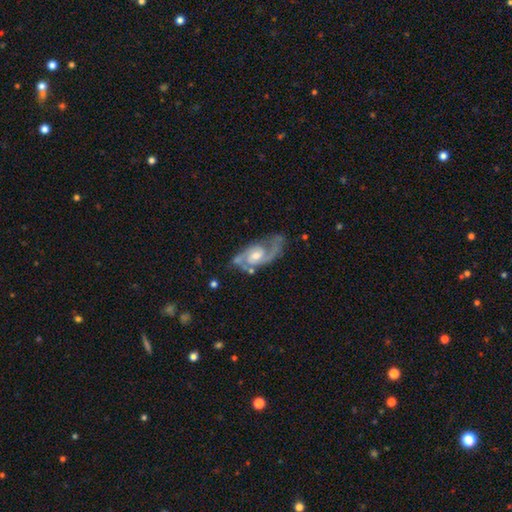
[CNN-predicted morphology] This is clearly a featured or disk galaxy (87%). It is clearly not viewed edge-on (95%). Bar: possibly no (52%). Spiral arm pattern: clearly yes (96%). Spiral arm count: clearly 2 (83%). Spiral winding: possibly medium (53%). Central bulge: possibly moderate (58%). Merging: likely none (65%).